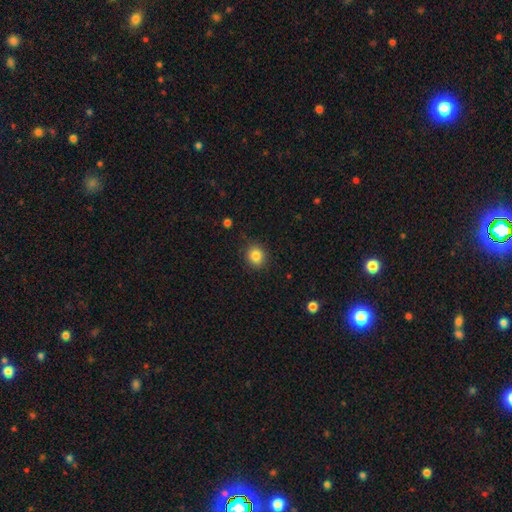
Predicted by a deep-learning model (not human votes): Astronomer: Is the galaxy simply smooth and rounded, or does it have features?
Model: smooth — 85%.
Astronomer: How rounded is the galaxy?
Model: round — 77%.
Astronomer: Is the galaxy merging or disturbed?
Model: none — 86%.